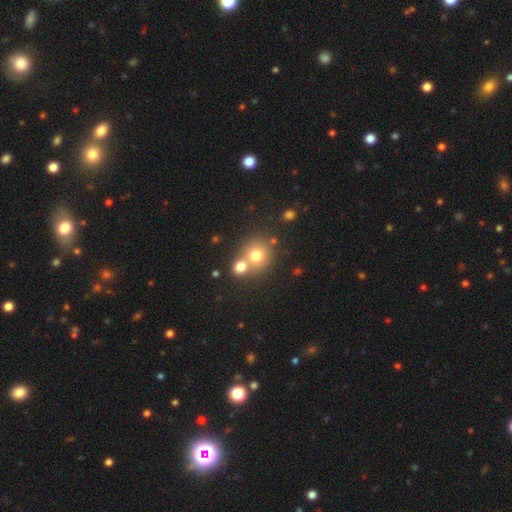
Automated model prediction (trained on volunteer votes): Morphology: type=smooth (73%); roundness=round (85%); merging=none (47%).